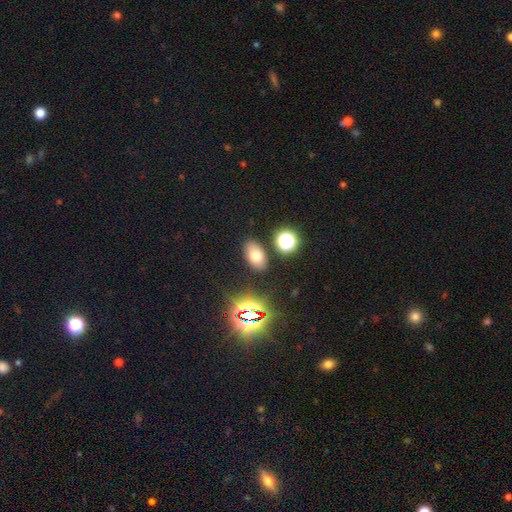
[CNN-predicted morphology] Smooth or featured: smooth — 67% (star or artifact — 20%)
How rounded: in between — 87% (round — 11%)
Merging: none — 83% (minor disturbance — 10%)